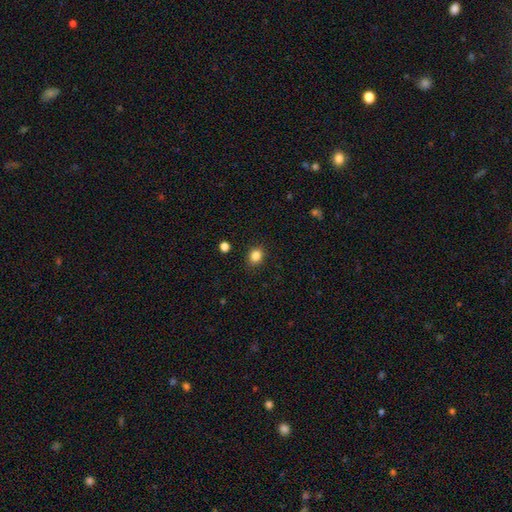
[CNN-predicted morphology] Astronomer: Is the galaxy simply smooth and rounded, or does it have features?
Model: smooth — 84%.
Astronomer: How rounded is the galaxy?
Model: round — 62%.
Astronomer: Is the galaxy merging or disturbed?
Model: none — 89%.